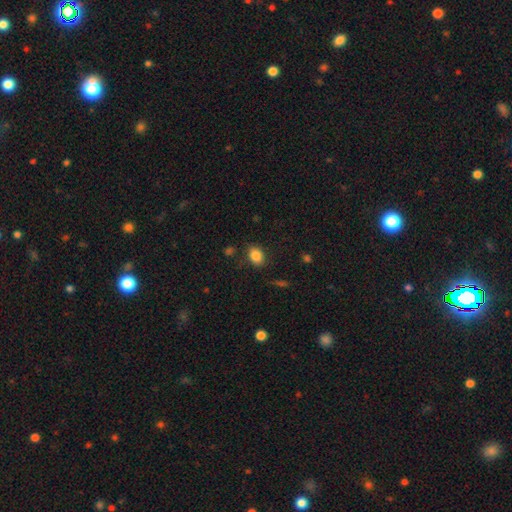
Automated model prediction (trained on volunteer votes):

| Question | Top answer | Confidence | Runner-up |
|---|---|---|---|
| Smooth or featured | smooth | 85% | star or artifact (9%) |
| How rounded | in between | 70% | round (28%) |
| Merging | none | 83% | minor disturbance (12%) |